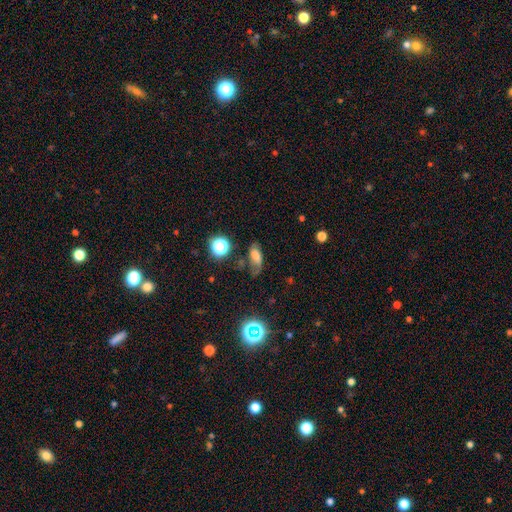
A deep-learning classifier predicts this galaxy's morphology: Smooth or featured: smooth — 55% (featured or disk — 28%)
How rounded: in between — 77% (cigar-shaped — 12%)
Merging: none — 50% (minor disturbance — 29%)